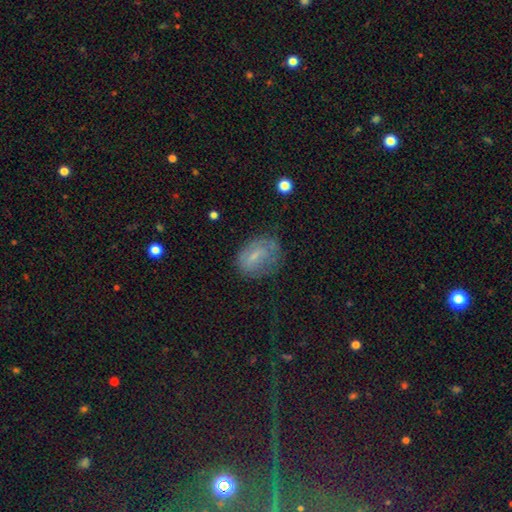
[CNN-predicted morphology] Smooth or featured? Predicted: smooth (p=0.54). How rounded? Predicted: in between (p=0.74). Merging? Predicted: none (p=0.55).